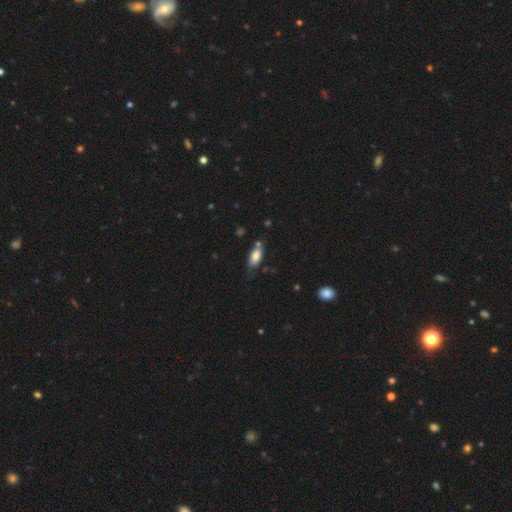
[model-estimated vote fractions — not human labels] Overall: smooth (77%). How rounded: in between (86%). Merging: none (58%; minor disturbance 27%).